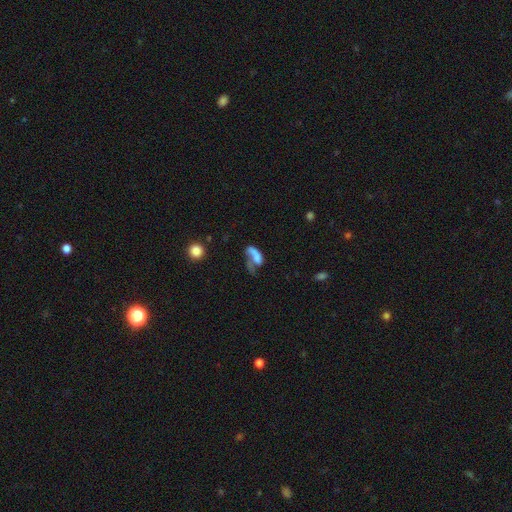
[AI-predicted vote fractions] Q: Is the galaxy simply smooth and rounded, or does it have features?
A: featured or disk — 48%.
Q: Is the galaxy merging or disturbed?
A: major disturbance — 43%.